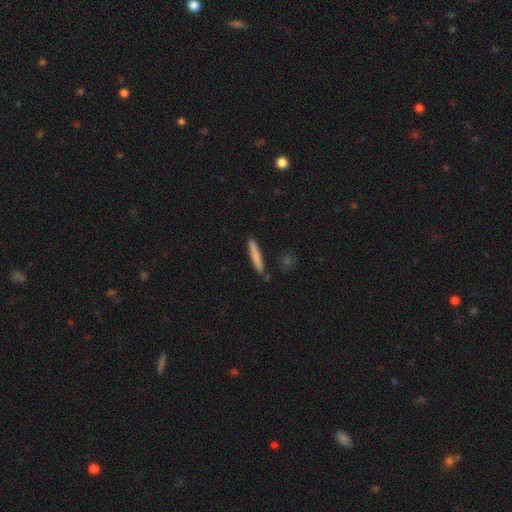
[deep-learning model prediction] This appears to be a smooth galaxy with no disk features (79%) that is cigar-shaped (94%). Merging: none (84%).